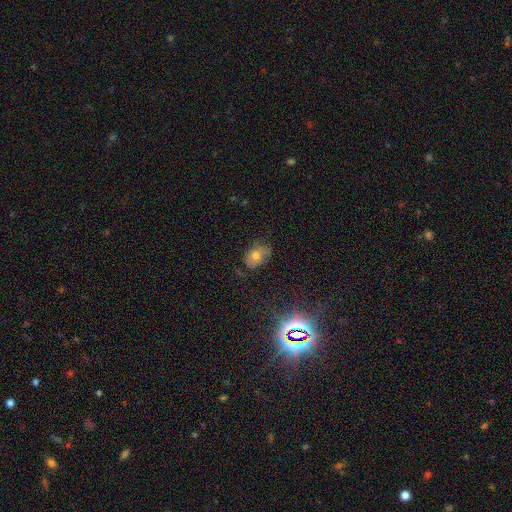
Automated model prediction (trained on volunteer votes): This appears to be a smooth galaxy with no disk features (63%) that is in between round and cigar-shaped (78%). Merging: none (66%).